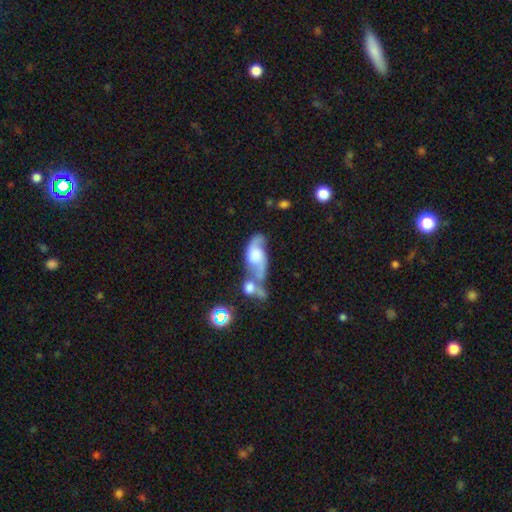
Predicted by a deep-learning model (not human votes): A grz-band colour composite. It shows a featured or disk galaxy (68%) with no bar (65%), 2 (85%) loose (56%) spiral arms (89%) and a moderate central bulge (34%). Merging: merger (55%).